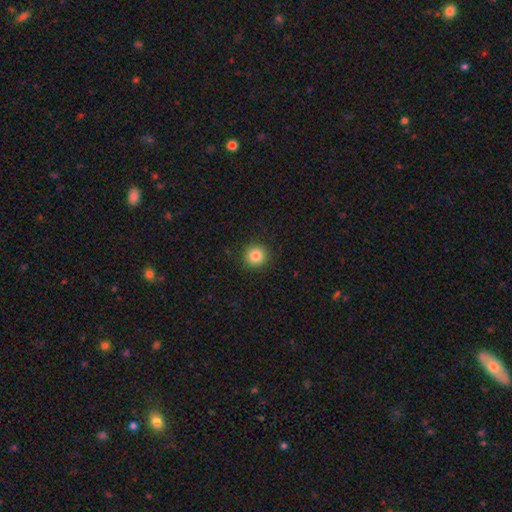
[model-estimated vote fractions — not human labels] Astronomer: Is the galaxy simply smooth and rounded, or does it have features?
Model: smooth — 84%.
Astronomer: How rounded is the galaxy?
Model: round — 95%.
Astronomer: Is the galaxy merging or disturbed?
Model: none — 92%.